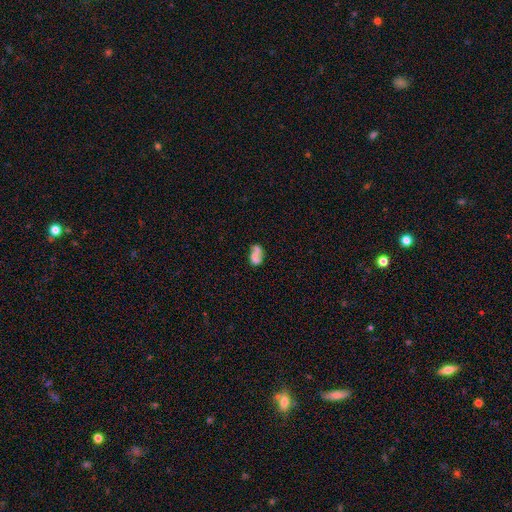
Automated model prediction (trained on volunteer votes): smooth_or_featured: featured or disk (p=0.45) [alt: smooth p=0.44]
merging: none (p=0.37) [alt: merger p=0.29]